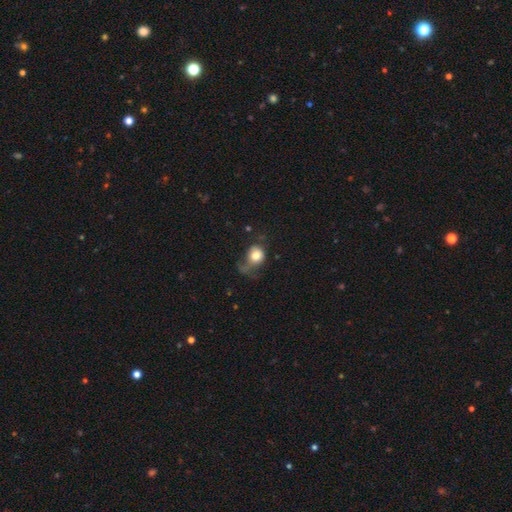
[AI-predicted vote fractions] smooth 73%, featured or disk 18%, star or artifact 9%. Down the decision tree: how rounded — round (67%); merging — major disturbance (43%).